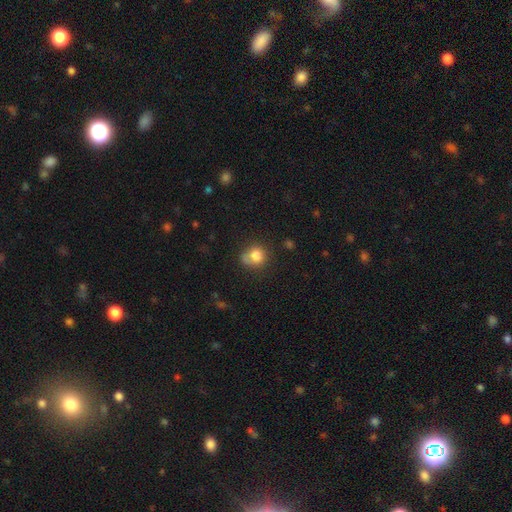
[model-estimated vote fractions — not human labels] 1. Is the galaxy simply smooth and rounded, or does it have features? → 79% smooth, 11% featured or disk, 10% star or artifact.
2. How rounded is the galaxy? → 73% round, 26% in between, 1% cigar-shaped.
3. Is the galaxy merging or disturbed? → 49% none, 24% minor disturbance, 16% merger, 11% major disturbance.